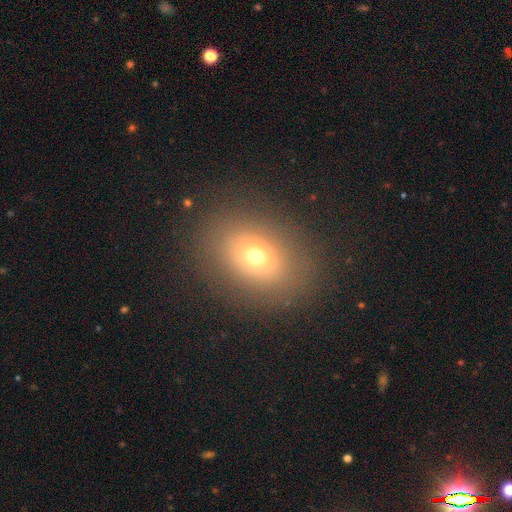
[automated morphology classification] smooth 65%, featured or disk 20%, star or artifact 15%. Down the decision tree: how rounded — in between (61%); merging — none (83%).